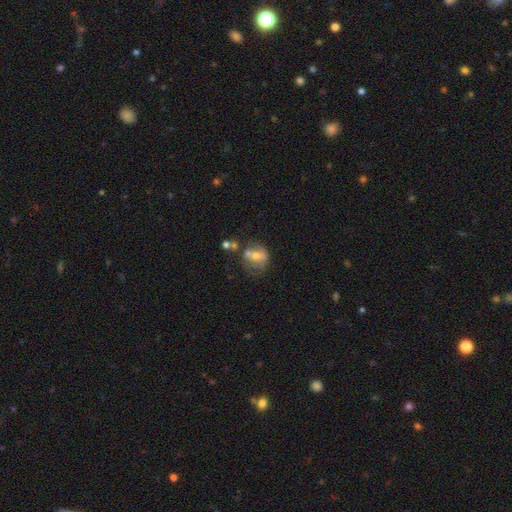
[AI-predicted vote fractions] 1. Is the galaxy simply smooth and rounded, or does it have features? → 48% smooth, 39% featured or disk, 14% star or artifact.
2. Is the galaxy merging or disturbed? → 41% none, 28% merger, 19% minor disturbance, 12% major disturbance.